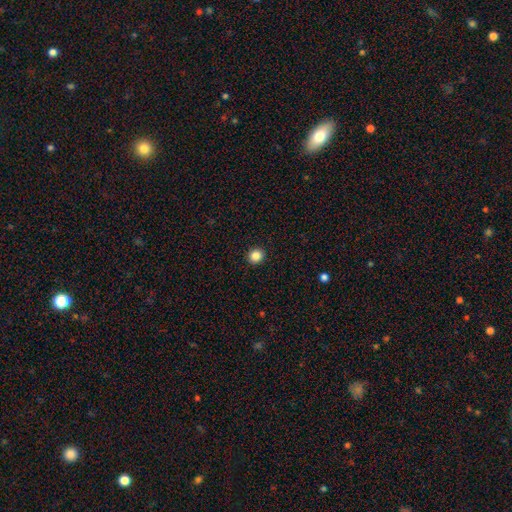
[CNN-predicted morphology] smooth-or-featured: smooth: 85% | star or artifact: 11% | featured or disk: 4%
  how-rounded: round: 87% | in between: 12% | cigar-shaped: 1%
  merging: none: 92% | minor disturbance: 5% | major disturbance: 2% | merger: 1%